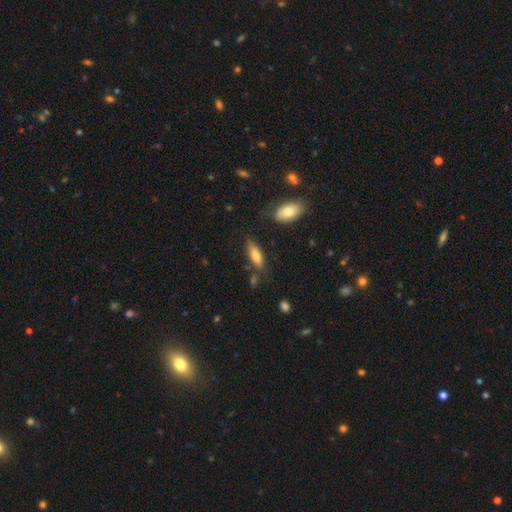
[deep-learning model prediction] smooth_or_featured: smooth (p=0.75) [alt: featured or disk p=0.19]
how_rounded: in between (p=0.61) [alt: cigar-shaped p=0.37]
merging: none (p=0.69) [alt: minor disturbance p=0.19]